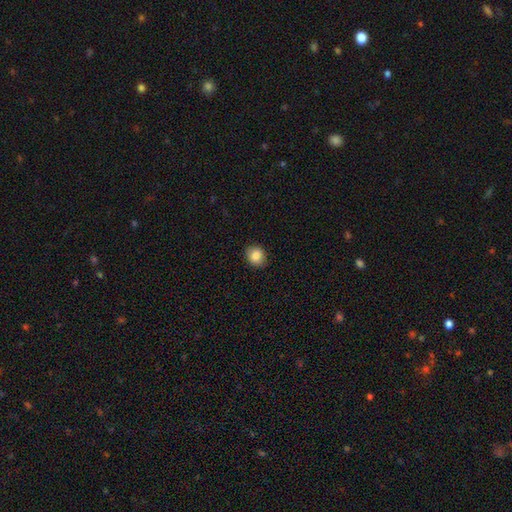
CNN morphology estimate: Overall: smooth (85%). How rounded: round (70%). Merging: none (89%).